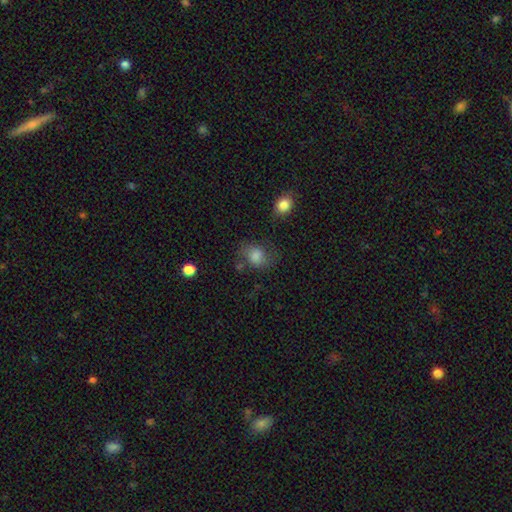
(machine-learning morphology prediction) smooth-or-featured: smooth: 76% | featured or disk: 13% | star or artifact: 11%
  how-rounded: round: 53% | in between: 46% | cigar-shaped: 1%
  merging: none: 58% | minor disturbance: 24% | major disturbance: 13% | merger: 6%